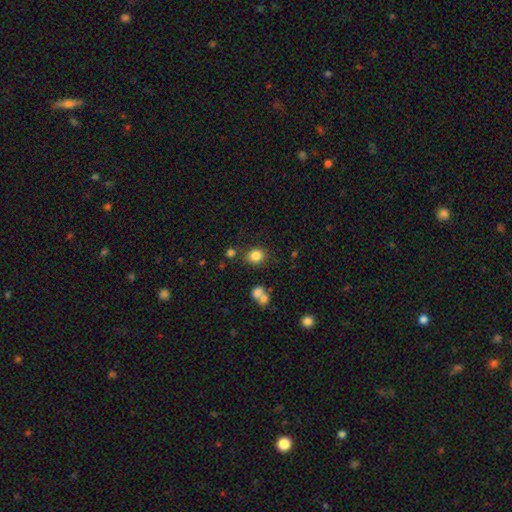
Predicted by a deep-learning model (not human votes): Q: Smooth or featured?
A: smooth (83%); runner-up: star or artifact (11%)
Q: How rounded?
A: round (67%); runner-up: in between (32%)
Q: Merging?
A: none (75%); runner-up: minor disturbance (13%)